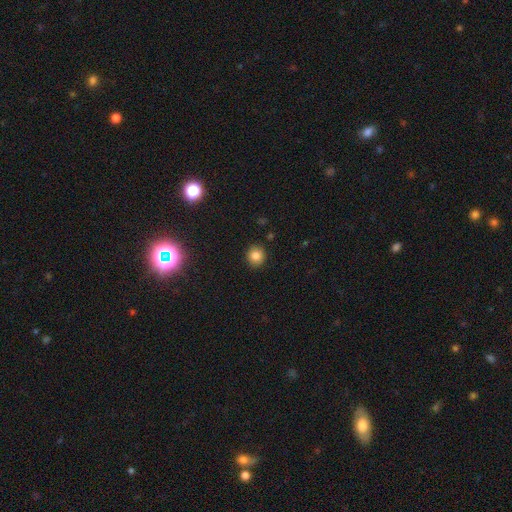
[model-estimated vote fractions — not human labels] Smooth or featured: smooth — 82% (star or artifact — 12%)
How rounded: round — 89% (in between — 10%)
Merging: none — 90% (minor disturbance — 6%)